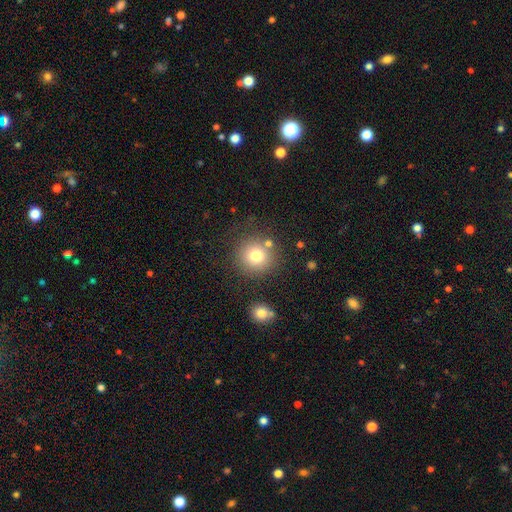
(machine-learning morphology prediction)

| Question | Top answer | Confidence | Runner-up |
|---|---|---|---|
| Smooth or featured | smooth | 76% | star or artifact (13%) |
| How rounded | round | 94% | in between (6%) |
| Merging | none | 80% | minor disturbance (9%) |